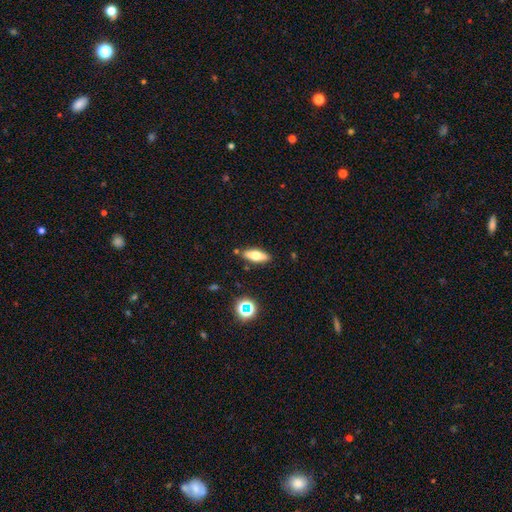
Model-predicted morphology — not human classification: smooth-or-featured: smooth: 66% | featured or disk: 25% | star or artifact: 9%
  how-rounded: in between: 66% | cigar-shaped: 31% | round: 3%
  merging: none: 84% | minor disturbance: 10% | merger: 3% | major disturbance: 2%